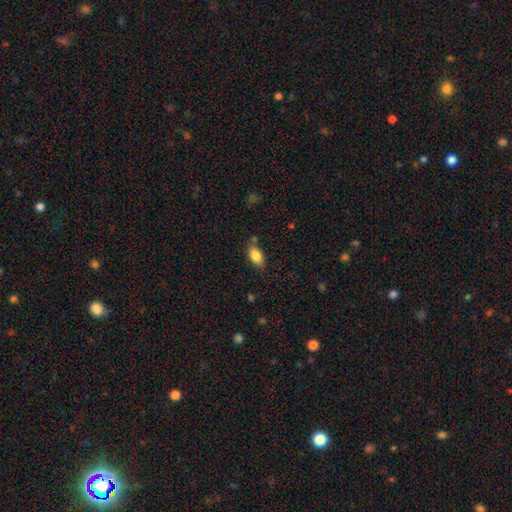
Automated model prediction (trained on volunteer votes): Q: Smooth or featured?
A: smooth (85%); runner-up: star or artifact (8%)
Q: How rounded?
A: in between (90%); runner-up: cigar-shaped (5%)
Q: Merging?
A: none (74%); runner-up: minor disturbance (17%)